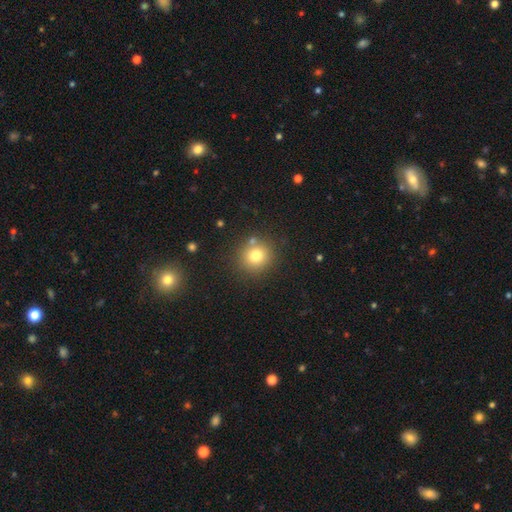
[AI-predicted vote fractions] Smooth or featured? Predicted: smooth (p=0.76). How rounded? Predicted: round (p=0.89). Merging? Predicted: none (p=0.80).